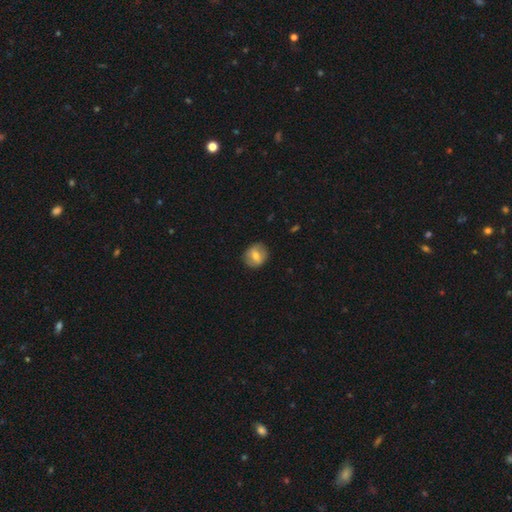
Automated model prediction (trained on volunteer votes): Smooth or featured? Predicted: smooth (p=0.62). How rounded? Predicted: round (p=0.79). Merging? Predicted: none (p=0.87).